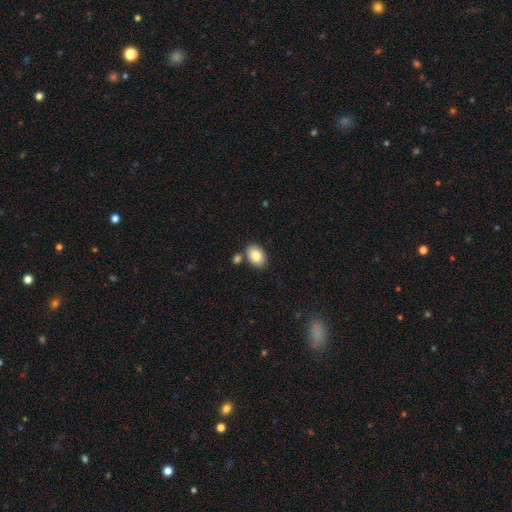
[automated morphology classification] Overall: smooth (84%). How rounded: in between (86%). Merging: none (77%).